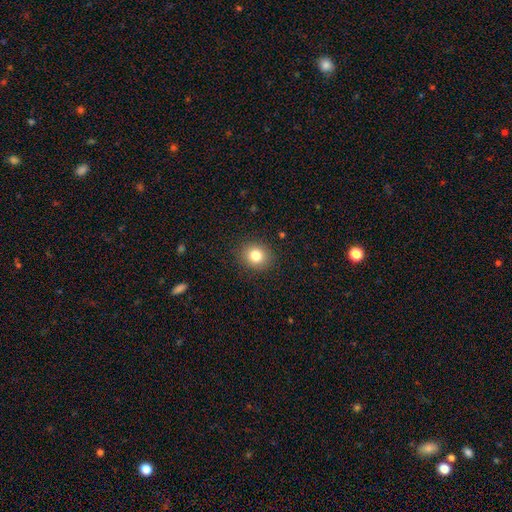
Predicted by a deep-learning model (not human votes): Smooth or featured: smooth — 81% (star or artifact — 11%)
How rounded: round — 80% (in between — 19%)
Merging: none — 89% (minor disturbance — 7%)